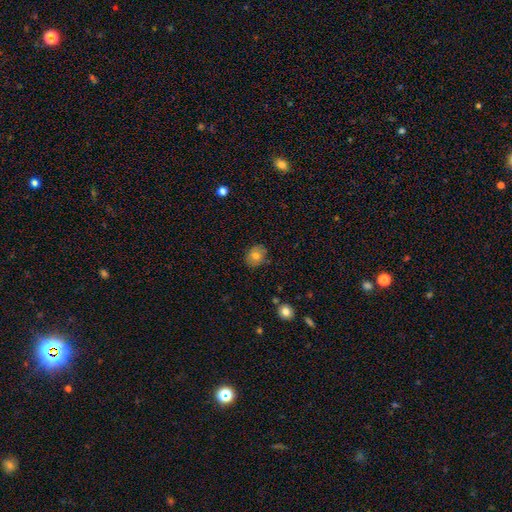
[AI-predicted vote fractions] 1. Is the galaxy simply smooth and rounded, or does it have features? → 72% smooth, 19% featured or disk, 9% star or artifact.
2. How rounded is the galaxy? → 58% round, 41% in between, 1% cigar-shaped.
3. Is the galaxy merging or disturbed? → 82% none, 14% minor disturbance, 3% major disturbance, 1% merger.